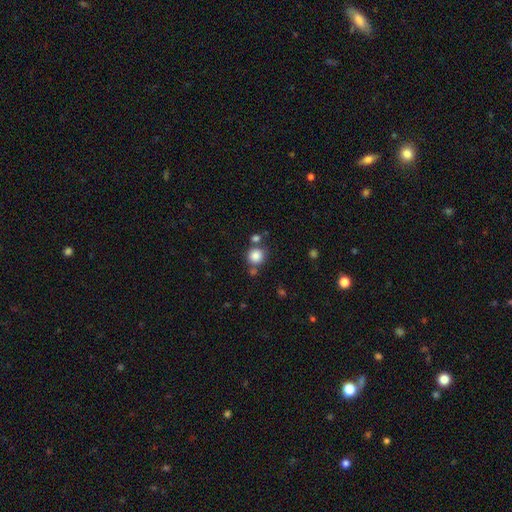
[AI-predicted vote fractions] A smooth galaxy with no disk features (85%) that is round (88%). Merging: none (68%).